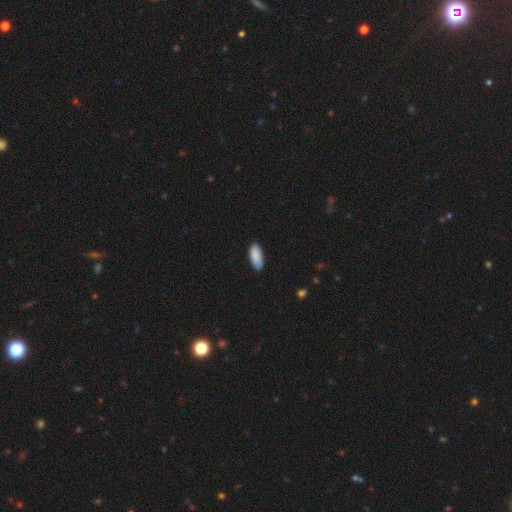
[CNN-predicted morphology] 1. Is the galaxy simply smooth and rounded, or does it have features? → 89% smooth, 6% star or artifact, 5% featured or disk.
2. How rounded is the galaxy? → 87% in between, 11% cigar-shaped, 2% round.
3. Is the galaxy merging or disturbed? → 85% none, 12% minor disturbance, 2% major disturbance, 1% merger.